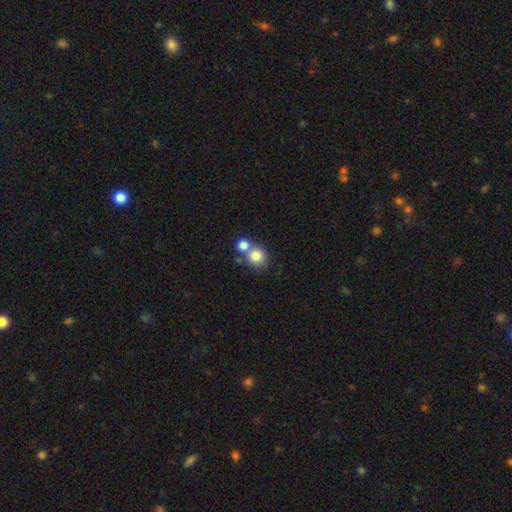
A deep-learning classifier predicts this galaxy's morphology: The model was most divided on "merging" (2-way tie): merger: 45%, none: 45%, minor disturbance: 7%, major disturbance: 3%. More confident: how rounded — round (84%); smooth or featured — smooth (80%).